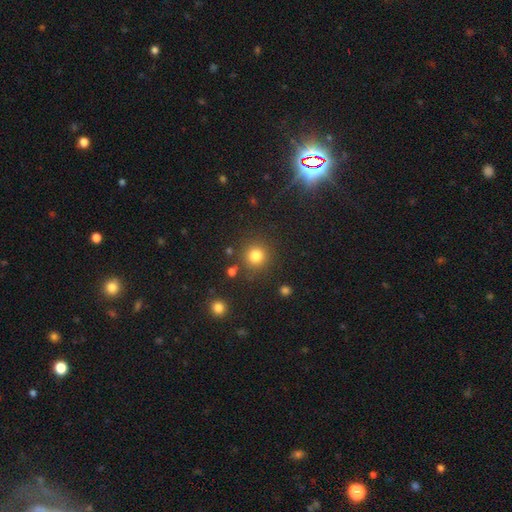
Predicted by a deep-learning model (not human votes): Smooth or featured: smooth — 81% (star or artifact — 14%)
How rounded: round — 93% (in between — 6%)
Merging: none — 86% (minor disturbance — 7%)